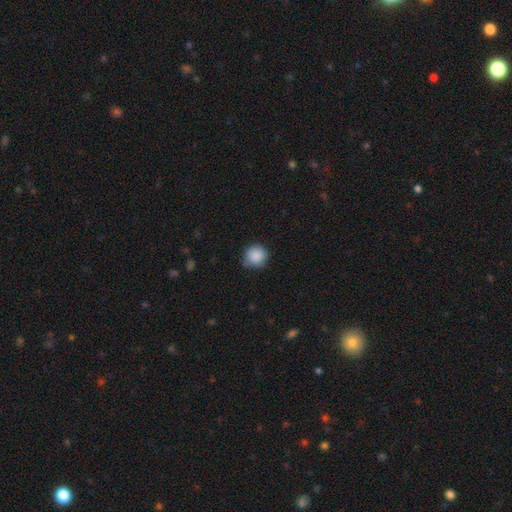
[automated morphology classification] Smooth or featured? smooth (89%)
How rounded? round (92%)
Merging? none (79%)